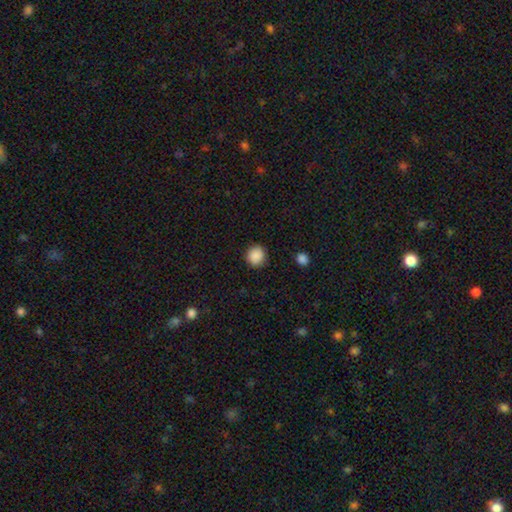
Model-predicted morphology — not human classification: Smooth or featured: smooth — 88% (star or artifact — 8%)
How rounded: round — 89% (in between — 10%)
Merging: none — 88% (minor disturbance — 9%)